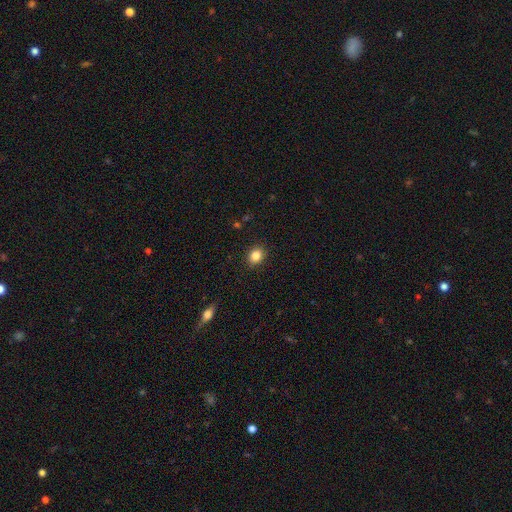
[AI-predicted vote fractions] smooth-or-featured: smooth: 85% | star or artifact: 10% | featured or disk: 5%
  how-rounded: round: 57% | in between: 42% | cigar-shaped: 1%
  merging: none: 90% | minor disturbance: 7% | major disturbance: 2% | merger: 1%